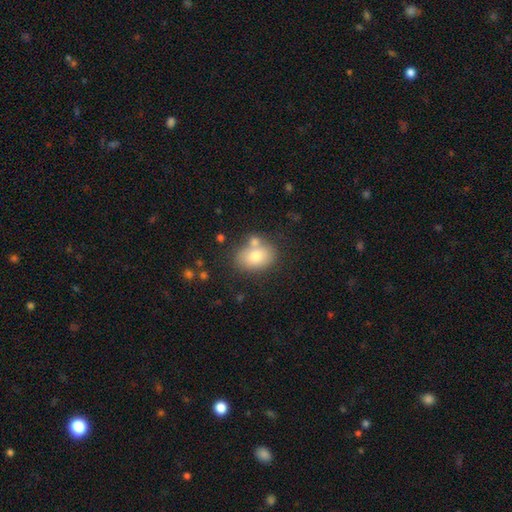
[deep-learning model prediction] This appears to be a smooth galaxy with no disk features (77%) that is in between round and cigar-shaped (76%). Merging: none (62%).